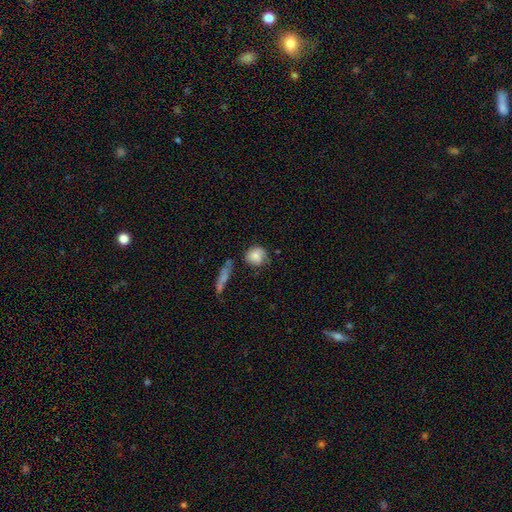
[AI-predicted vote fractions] Morphology: type=smooth (71%); roundness=round (69%); merging=none (50%).